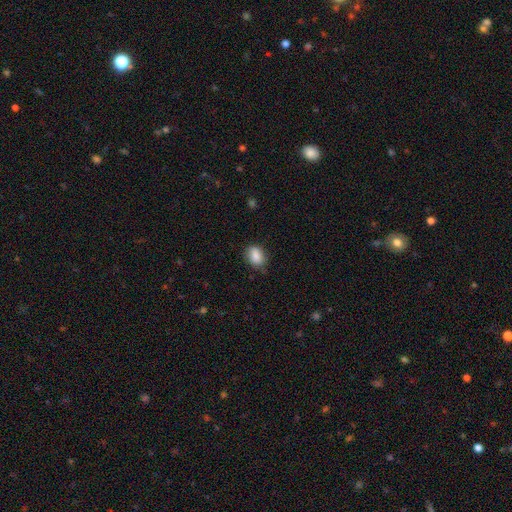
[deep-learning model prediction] smooth 86%, star or artifact 8%, featured or disk 6%. Down the decision tree: how rounded — in between (74%); merging — none (76%).